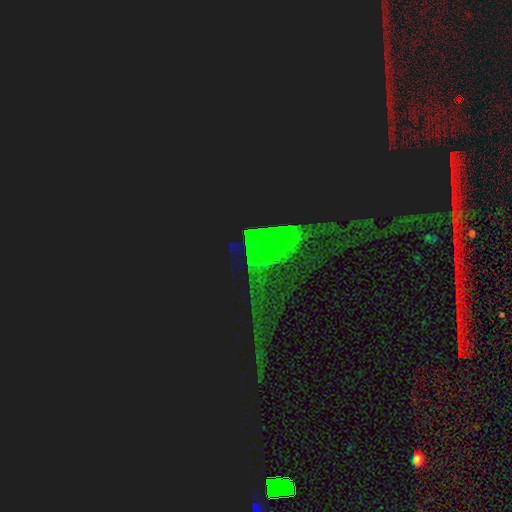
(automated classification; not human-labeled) Smooth or featured: star or artifact — 74% (smooth — 13%)